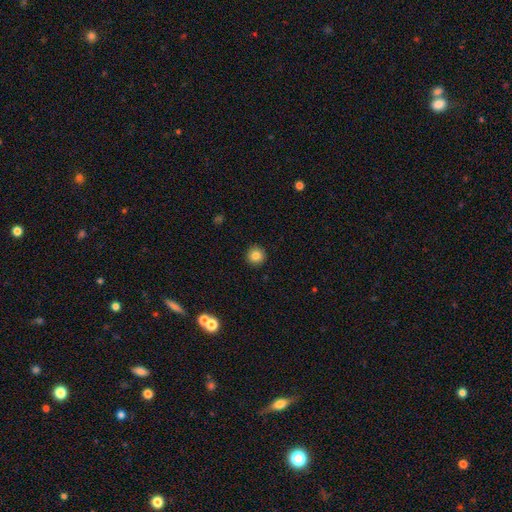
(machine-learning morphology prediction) Smooth or featured? Predicted: smooth (p=0.84). How rounded? Predicted: round (p=0.95). Merging? Predicted: none (p=0.92).